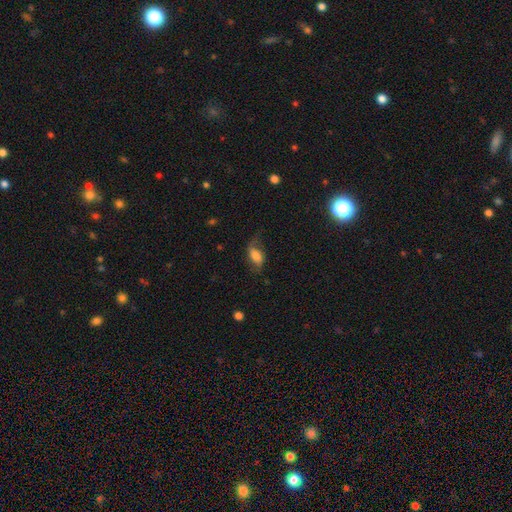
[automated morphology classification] This appears to be a smooth galaxy with no disk features (58%) that is in between round and cigar-shaped (87%). Merging: none (51%).